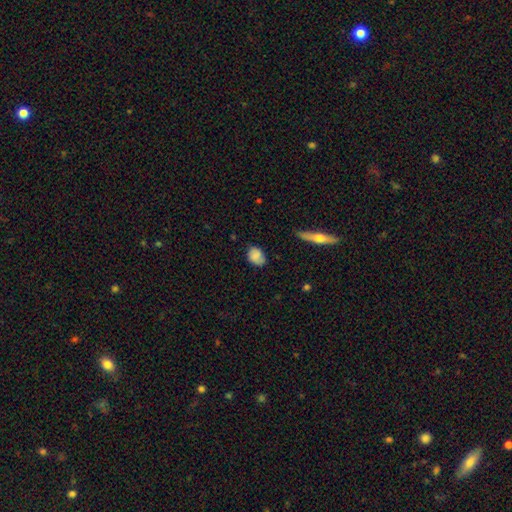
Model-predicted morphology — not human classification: smooth-or-featured: smooth: 77% | featured or disk: 15% | star or artifact: 8%
  how-rounded: in between: 69% | round: 29% | cigar-shaped: 2%
  merging: none: 68% | minor disturbance: 25% | major disturbance: 5% | merger: 2%